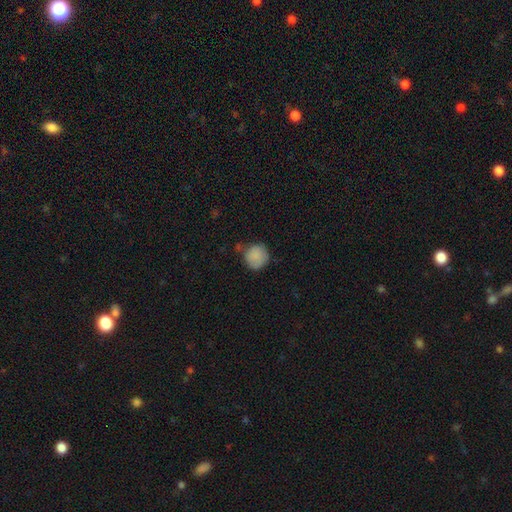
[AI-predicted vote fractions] smooth 86%, star or artifact 7%, featured or disk 6%. Down the decision tree: how rounded — round (89%); merging — none (66%).